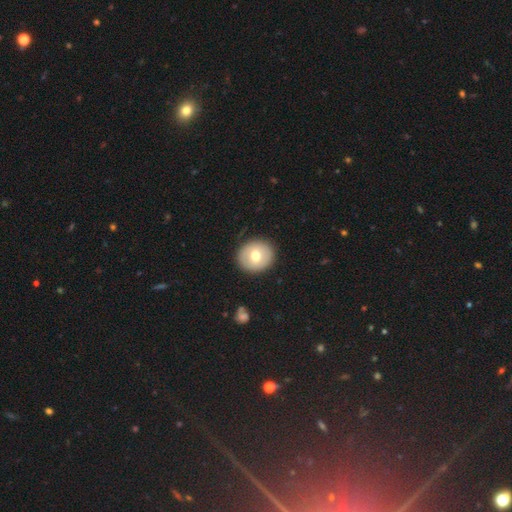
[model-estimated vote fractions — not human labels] Morphology: type=smooth (66%); roundness=round (83%); merging=none (90%).